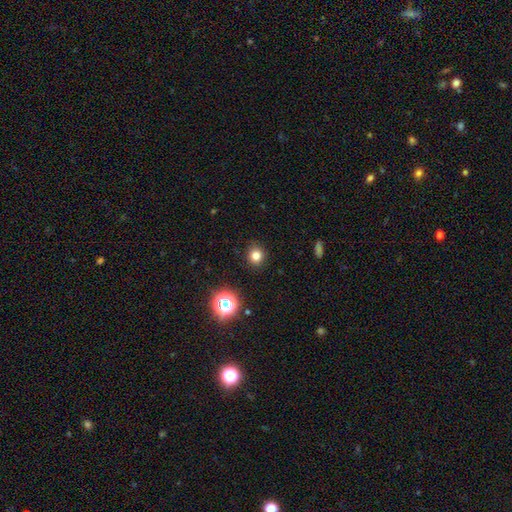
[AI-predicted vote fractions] smooth_or_featured: smooth (p=0.79) [alt: star or artifact p=0.15]
how_rounded: round (p=0.84) [alt: in between p=0.15]
merging: none (p=0.91) [alt: minor disturbance p=0.06]